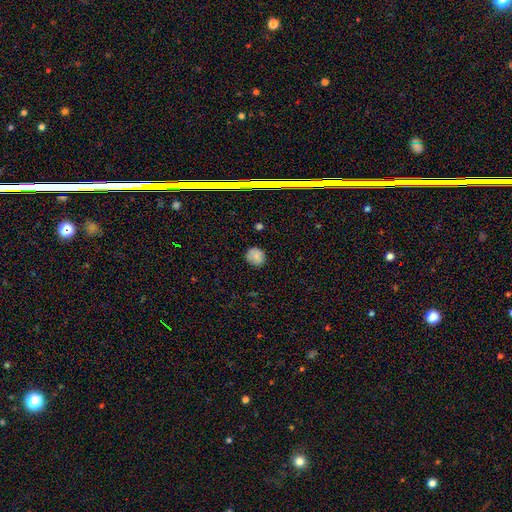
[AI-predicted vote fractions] The model was most divided on "how rounded": round: 80%, in between: 19%, cigar-shaped: 1%. More confident: merging — none (82%); smooth or featured — smooth (79%).